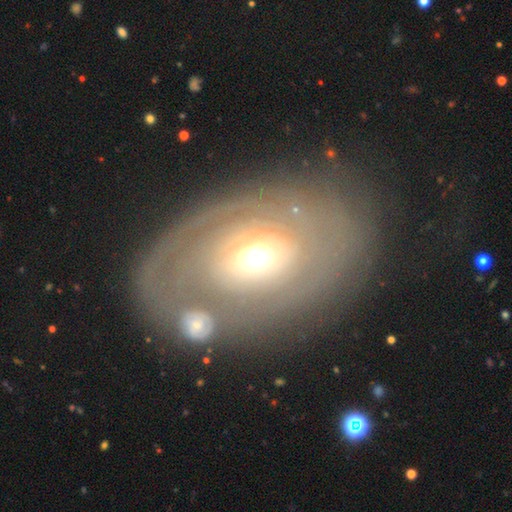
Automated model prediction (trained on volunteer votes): A featured or disk galaxy (72%) with no bar (76%), spiral arms (66%) and a moderate central bulge (67%). Merging: none (60%).